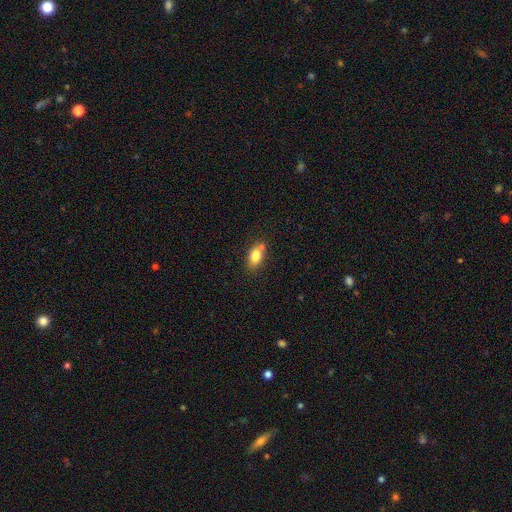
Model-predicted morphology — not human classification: smooth-or-featured: smooth: 80% | featured or disk: 12% | star or artifact: 9%
  how-rounded: in between: 84% | round: 12% | cigar-shaped: 5%
  merging: none: 64% | merger: 16% | minor disturbance: 16% | major disturbance: 4%